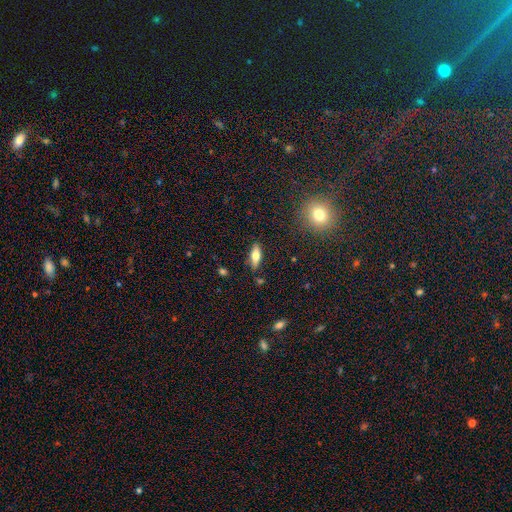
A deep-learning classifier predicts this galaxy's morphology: Smooth or featured? Predicted: smooth (p=0.68). How rounded? Predicted: in between (p=0.65). Merging? Predicted: none (p=0.84).